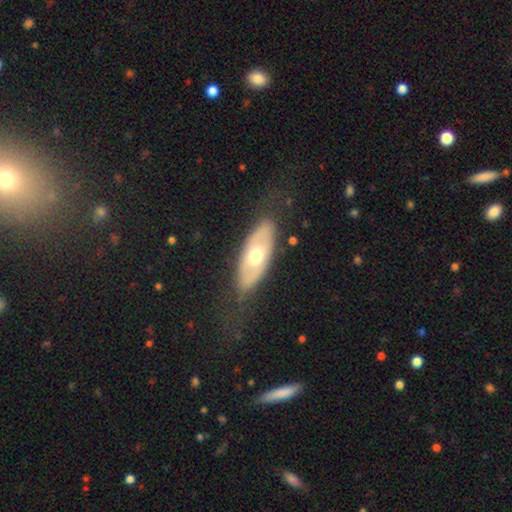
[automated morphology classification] Smooth or featured? Predicted: featured or disk (p=0.50). Edge-on disk? Predicted: no (p=0.75). Merging? Predicted: none (p=0.73).